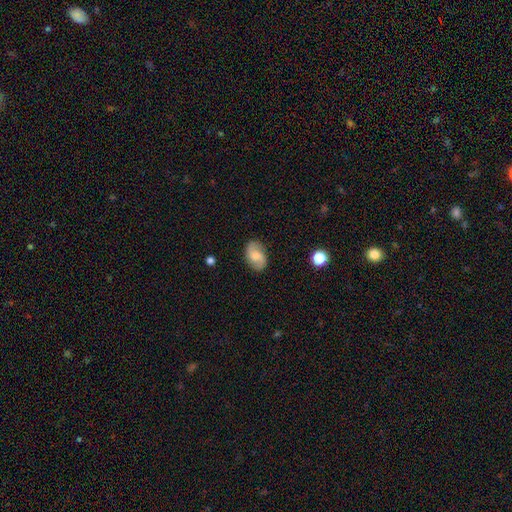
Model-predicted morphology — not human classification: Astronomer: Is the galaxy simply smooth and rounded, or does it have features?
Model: smooth — 48% (runner-up: featured or disk, 44%).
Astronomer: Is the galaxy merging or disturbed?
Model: none — 81%.